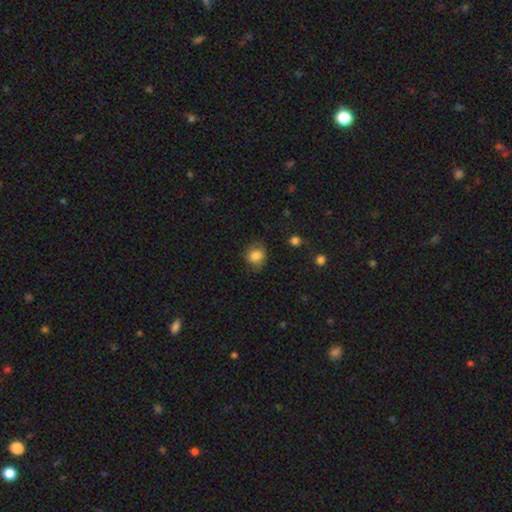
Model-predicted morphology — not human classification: type=smooth (84%); roundness=round (80%); merging=none (75%).